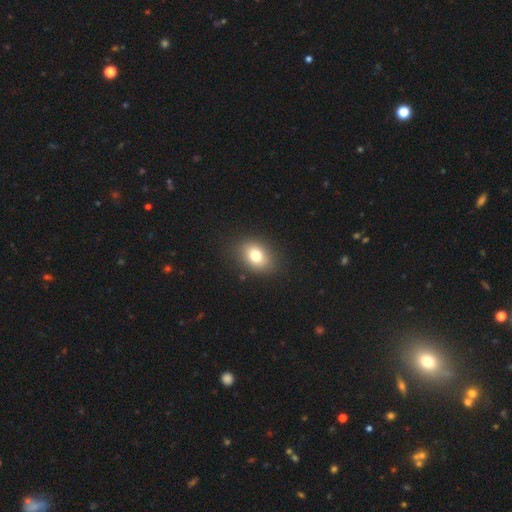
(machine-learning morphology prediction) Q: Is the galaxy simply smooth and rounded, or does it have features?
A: smooth — 78%.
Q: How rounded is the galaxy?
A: in between — 70%.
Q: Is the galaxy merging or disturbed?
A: none — 86%.